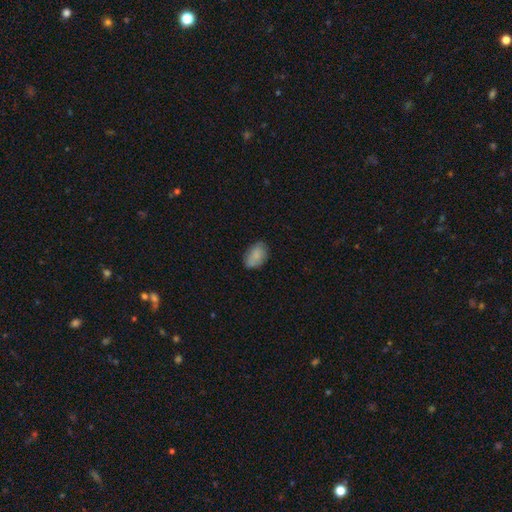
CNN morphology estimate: A smooth galaxy with no disk features (85%) that is in between round and cigar-shaped (89%). Merging: none (77%).